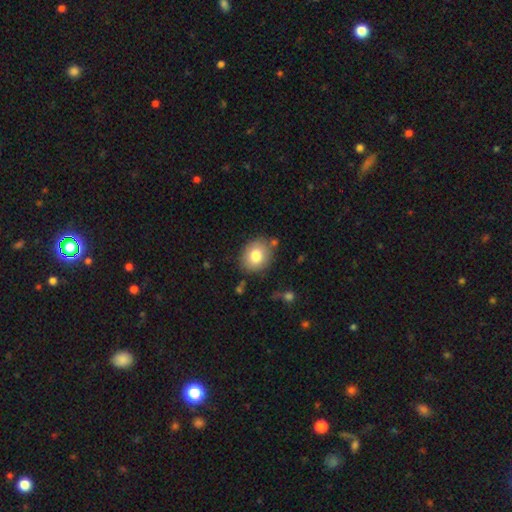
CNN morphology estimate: Smooth or featured? Predicted: smooth (p=0.79). How rounded? Predicted: round (p=0.54). Merging? Predicted: none (p=0.79).